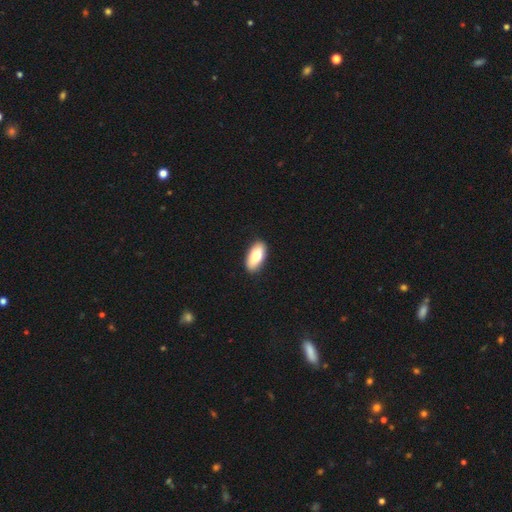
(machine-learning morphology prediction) A smooth galaxy with no disk features (80%) that is in between round and cigar-shaped (90%). Merging: none (89%).